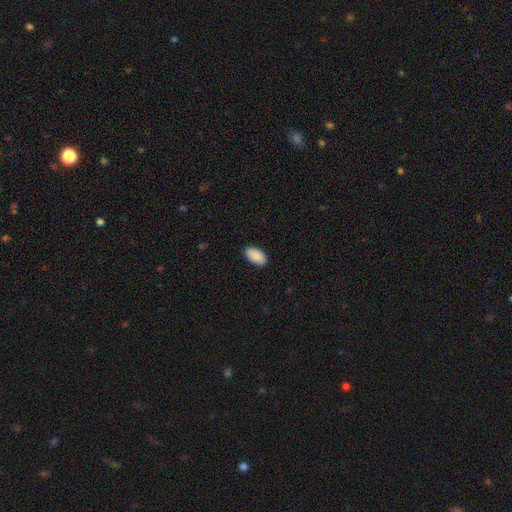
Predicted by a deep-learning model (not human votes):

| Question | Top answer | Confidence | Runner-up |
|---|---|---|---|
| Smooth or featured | smooth | 91% | star or artifact (6%) |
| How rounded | in between | 96% | round (2%) |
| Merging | none | 89% | minor disturbance (8%) |